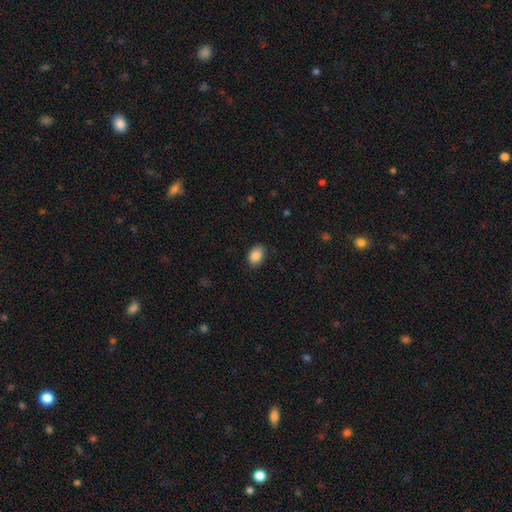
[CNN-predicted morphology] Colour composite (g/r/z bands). It shows a smooth galaxy with no disk features (88%) that is in between round and cigar-shaped (81%). Merging: none (86%).